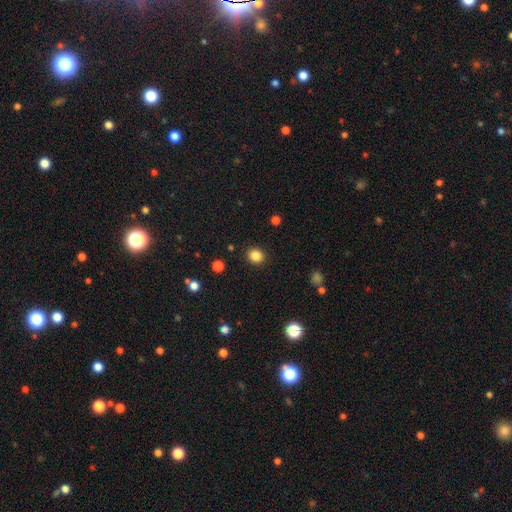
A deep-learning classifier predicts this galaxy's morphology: Smooth or featured: smooth — 85% (star or artifact — 11%)
How rounded: round — 81% (in between — 19%)
Merging: none — 91% (minor disturbance — 6%)